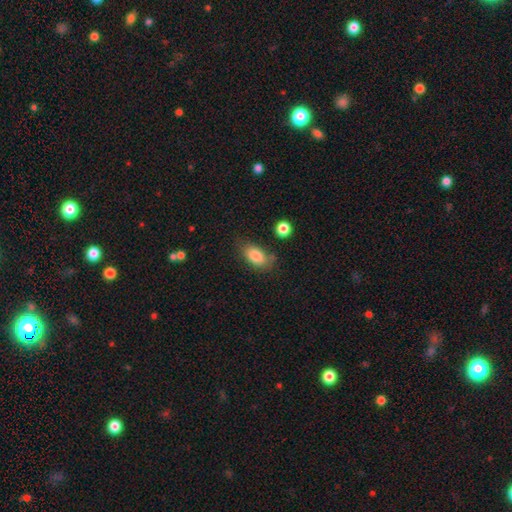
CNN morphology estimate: type=smooth (84%); roundness=in between (90%); merging=none (70%).